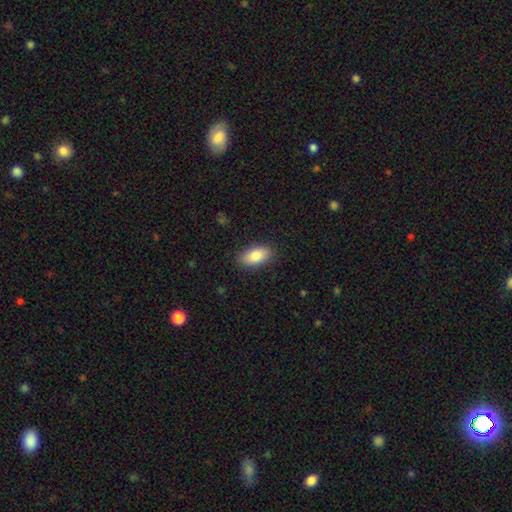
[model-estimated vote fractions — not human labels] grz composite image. It shows a smooth galaxy with no disk features (86%) that is in between round and cigar-shaped (92%). Merging: none (87%).